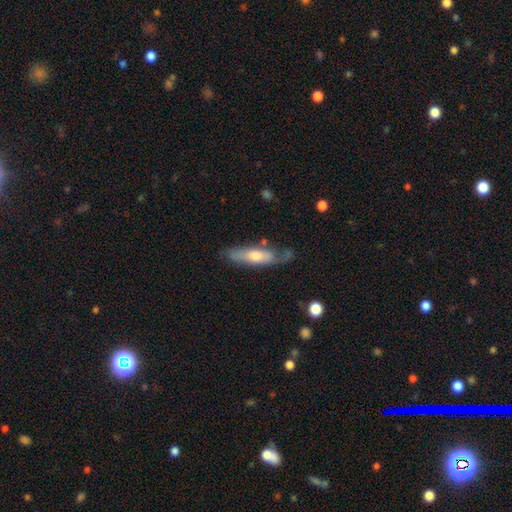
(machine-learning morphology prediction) Smooth or featured? Predicted: featured or disk (p=0.50). Edge-on disk? Predicted: yes (p=0.57). Merging? Predicted: none (p=0.65).